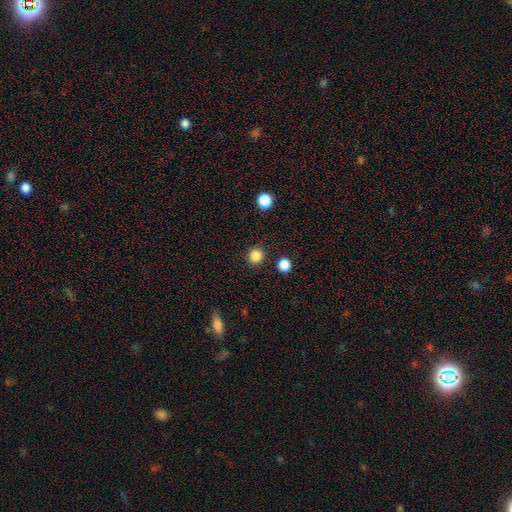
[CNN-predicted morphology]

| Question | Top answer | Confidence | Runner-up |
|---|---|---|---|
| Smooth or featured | smooth | 85% | star or artifact (12%) |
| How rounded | round | 92% | in between (7%) |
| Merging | none | 90% | minor disturbance (6%) |